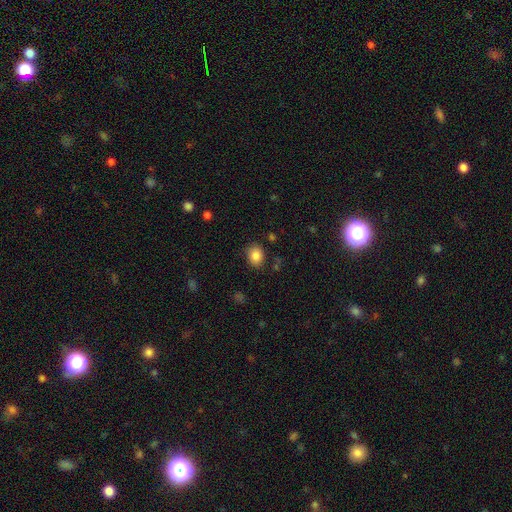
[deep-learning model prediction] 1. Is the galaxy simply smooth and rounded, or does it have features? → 85% smooth, 10% star or artifact, 5% featured or disk.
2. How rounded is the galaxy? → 53% round, 46% in between, 1% cigar-shaped.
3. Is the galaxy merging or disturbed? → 84% none, 11% minor disturbance, 3% major disturbance, 2% merger.